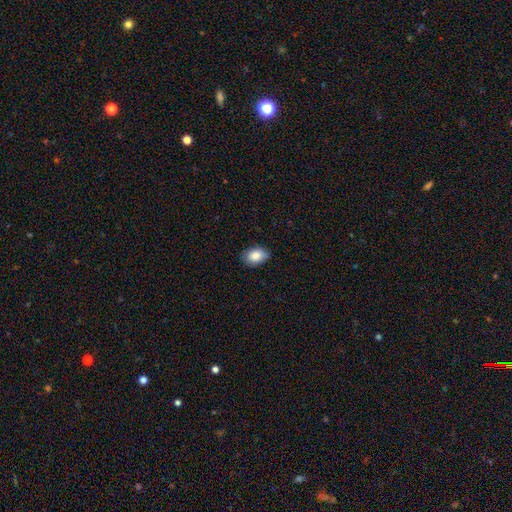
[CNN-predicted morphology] This appears to be a smooth galaxy with no disk features (87%) that is in between round and cigar-shaped (85%). Merging: none (86%).